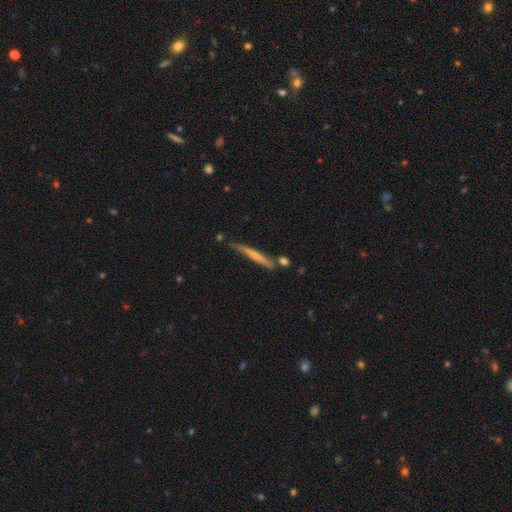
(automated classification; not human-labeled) smooth 52%, featured or disk 42%, star or artifact 6%. Down the decision tree: how rounded — cigar-shaped (96%); merging — none (71%).